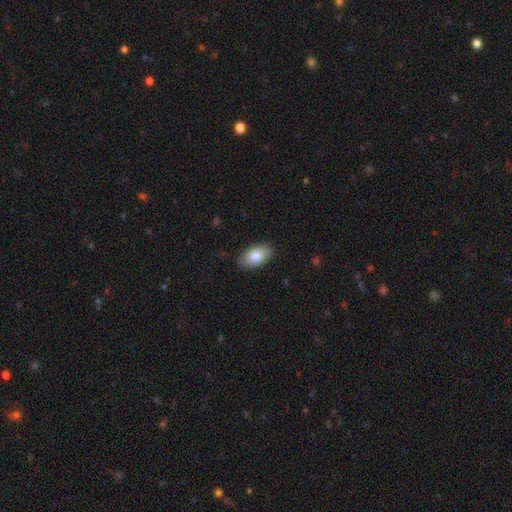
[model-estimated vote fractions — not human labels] smooth-or-featured: smooth: 83% | featured or disk: 11% | star or artifact: 6%
  how-rounded: in between: 94% | round: 5% | cigar-shaped: 2%
  merging: none: 85% | minor disturbance: 11% | major disturbance: 2% | merger: 1%